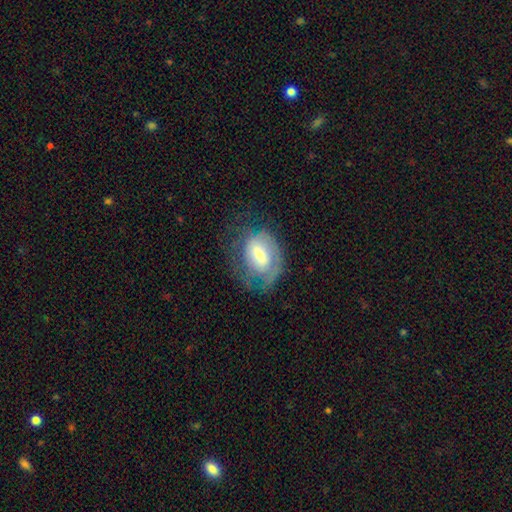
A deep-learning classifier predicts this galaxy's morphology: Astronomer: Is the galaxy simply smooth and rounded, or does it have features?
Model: featured or disk — 59%.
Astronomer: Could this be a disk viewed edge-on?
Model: no — 95%.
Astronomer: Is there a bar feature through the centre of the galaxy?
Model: weak — 43% (runner-up: no, 41%).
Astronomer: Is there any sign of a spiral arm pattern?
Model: yes — 71%.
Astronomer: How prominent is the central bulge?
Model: moderate — 51% (runner-up: small, 36%).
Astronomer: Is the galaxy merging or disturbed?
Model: none — 54%.